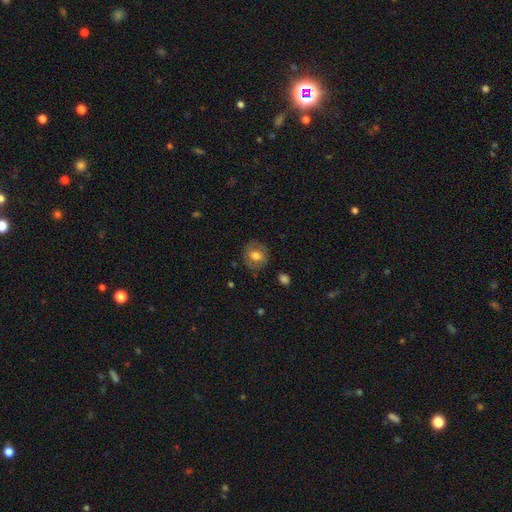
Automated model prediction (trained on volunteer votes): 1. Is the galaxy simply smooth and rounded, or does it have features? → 67% smooth, 25% featured or disk, 8% star or artifact.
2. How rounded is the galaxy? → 73% round, 26% in between, 1% cigar-shaped.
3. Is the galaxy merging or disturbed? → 81% none, 13% minor disturbance, 4% major disturbance, 1% merger.